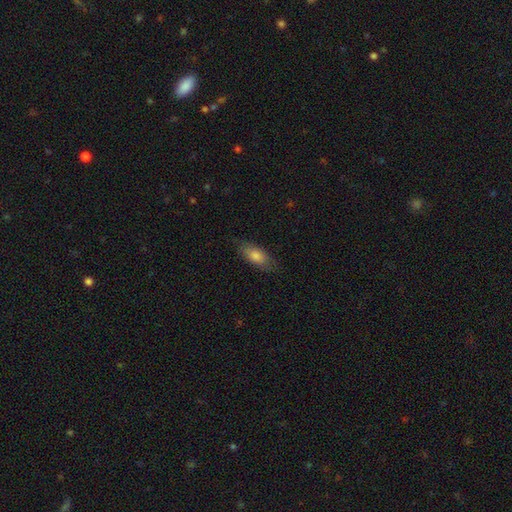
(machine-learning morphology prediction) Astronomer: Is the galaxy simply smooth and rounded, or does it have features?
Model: smooth — 78%.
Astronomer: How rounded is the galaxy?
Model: in between — 78%.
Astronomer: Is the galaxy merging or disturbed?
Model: none — 80%.